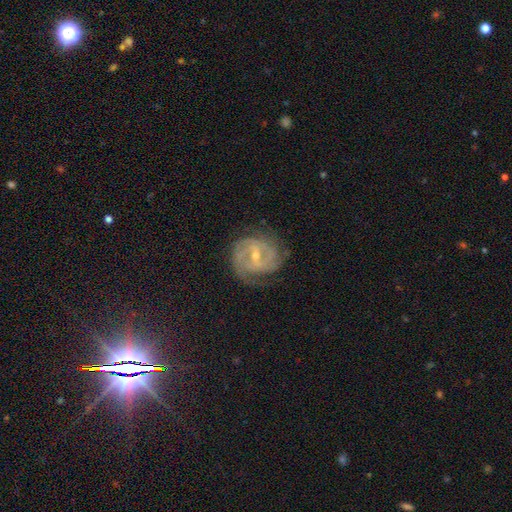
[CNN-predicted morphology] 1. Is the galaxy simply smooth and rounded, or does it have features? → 88% featured or disk, 7% smooth, 5% star or artifact.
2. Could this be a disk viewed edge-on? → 98% no, 2% yes.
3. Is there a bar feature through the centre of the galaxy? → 52% weak, 26% strong, 22% no.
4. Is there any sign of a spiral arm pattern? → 96% yes, 4% no.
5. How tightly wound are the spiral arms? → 58% tight, 34% medium, 8% loose.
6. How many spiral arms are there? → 37% 2, 24% 3, 21% can't tell, 8% 4, 5% 1, 5% more than 4.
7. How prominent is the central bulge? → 58% small, 39% moderate, 1% none, 1% large, 1% dominant.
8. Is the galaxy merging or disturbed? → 70% none, 20% minor disturbance, 9% major disturbance, 1% merger.